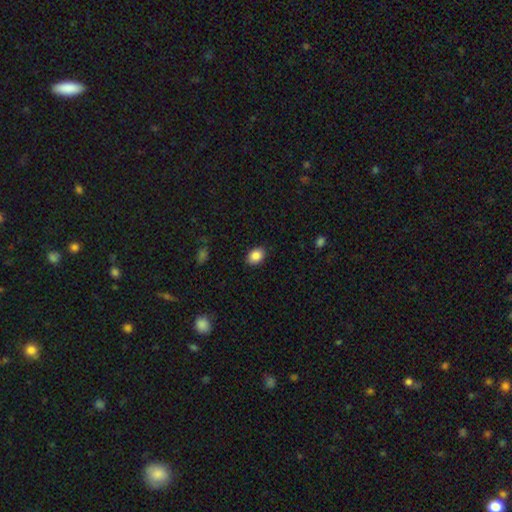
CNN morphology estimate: Smooth or featured? smooth (87%)
How rounded? in between (68%)
Merging? none (88%)